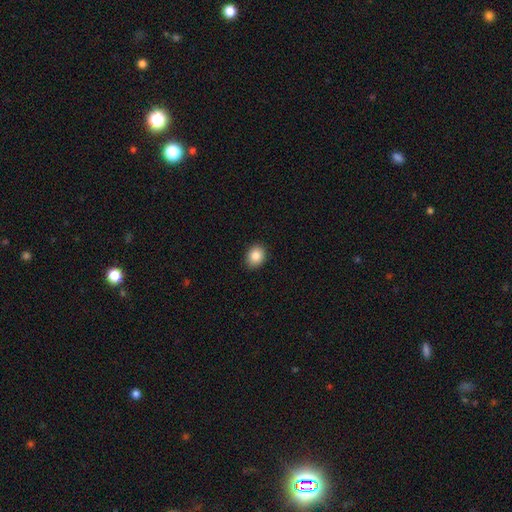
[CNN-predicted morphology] Smooth or featured? Predicted: smooth (p=0.85). How rounded? Predicted: round (p=0.51). Merging? Predicted: none (p=0.89).